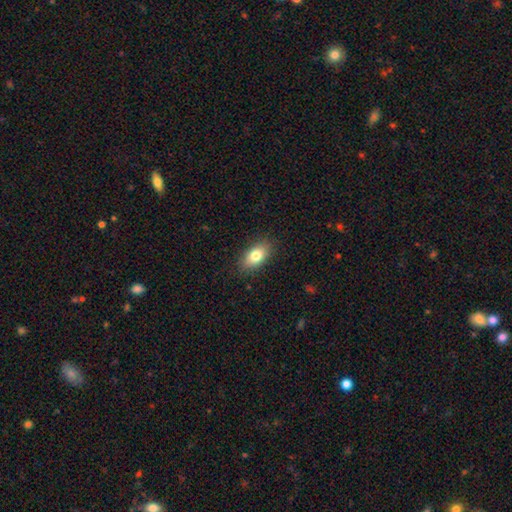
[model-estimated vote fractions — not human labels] Smooth or featured? smooth (80%)
How rounded? in between (89%)
Merging? none (87%)